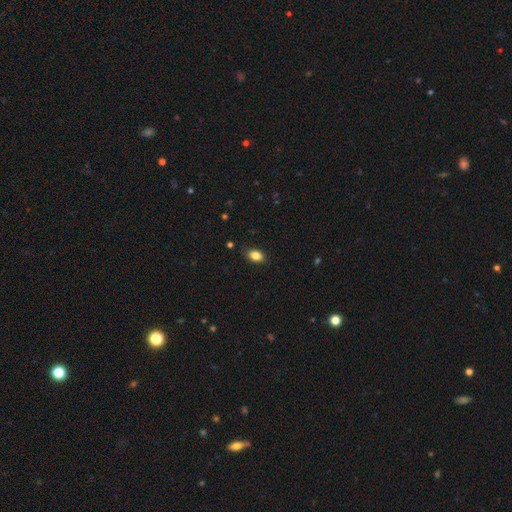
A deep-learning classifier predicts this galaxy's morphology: type=smooth (85%); roundness=in between (84%); merging=none (85%).